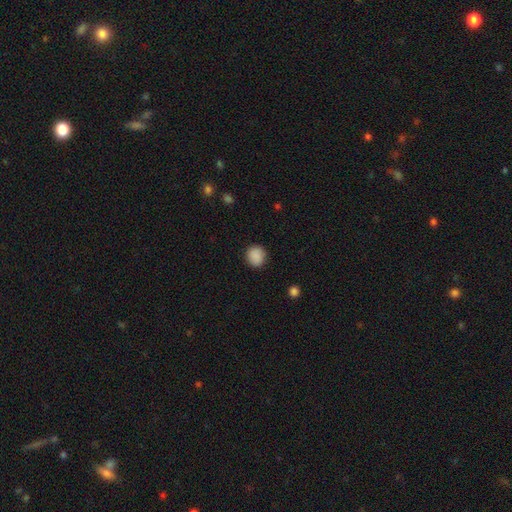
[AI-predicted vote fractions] smooth 88%, star or artifact 8%, featured or disk 3%. Down the decision tree: how rounded — round (86%); merging — none (88%).